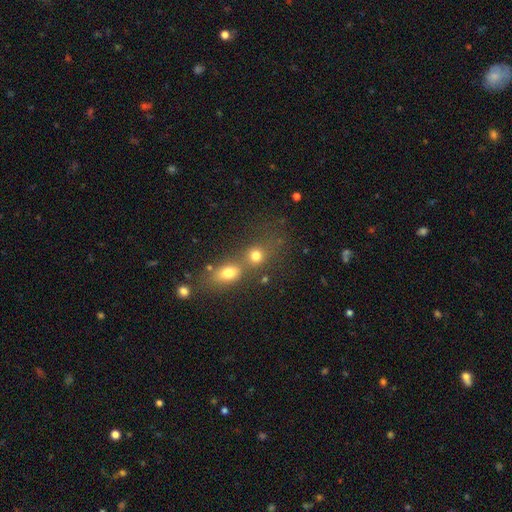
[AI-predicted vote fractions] smooth_or_featured: smooth (p=0.75) [alt: star or artifact p=0.15]
how_rounded: round (p=0.73) [alt: in between p=0.25]
merging: merger (p=0.47) [alt: none p=0.40]